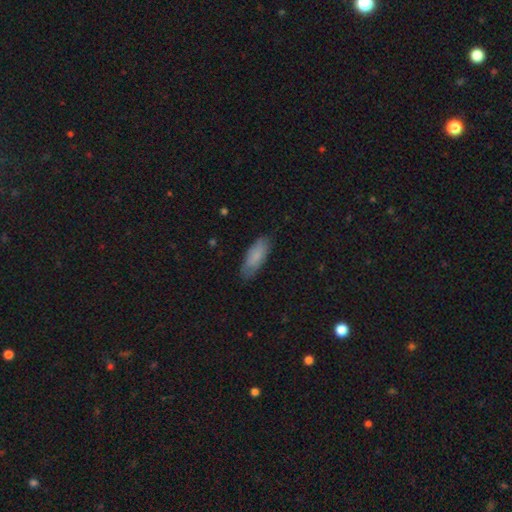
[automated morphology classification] A smooth galaxy with no disk features (80%) that is in between round and cigar-shaped (74%). Merging: none (78%).